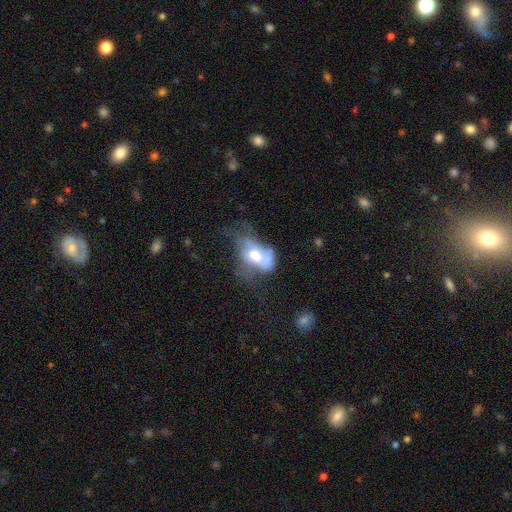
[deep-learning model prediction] smooth-or-featured: featured or disk: 48% | smooth: 42% | star or artifact: 9%
  merging: major disturbance: 41% | none: 20% | minor disturbance: 20% | merger: 19%